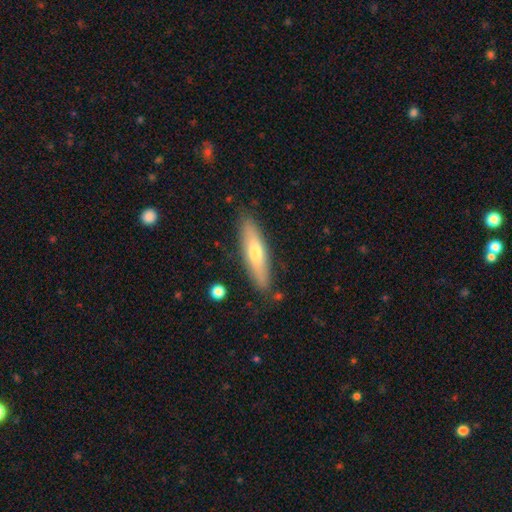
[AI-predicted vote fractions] A smooth galaxy with no disk features (63%) that is cigar-shaped (64%). Merging: none (84%).